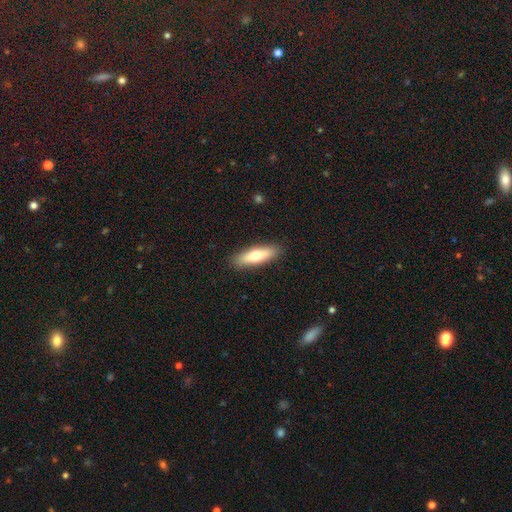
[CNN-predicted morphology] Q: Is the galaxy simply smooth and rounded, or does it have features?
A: smooth — 63%.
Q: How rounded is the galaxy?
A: cigar-shaped — 60%.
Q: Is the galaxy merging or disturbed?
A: none — 89%.